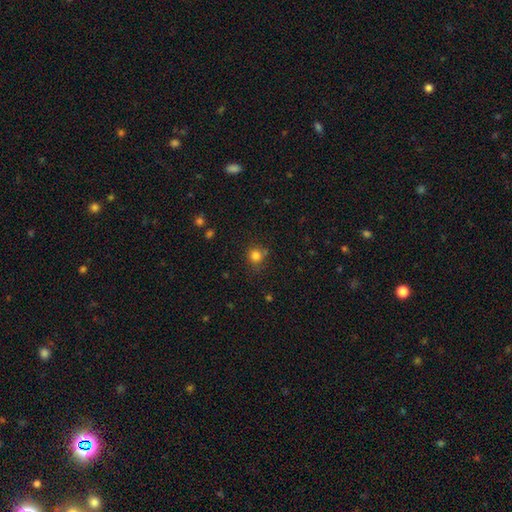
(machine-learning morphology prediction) type=smooth (81%); roundness=round (89%); merging=none (75%).